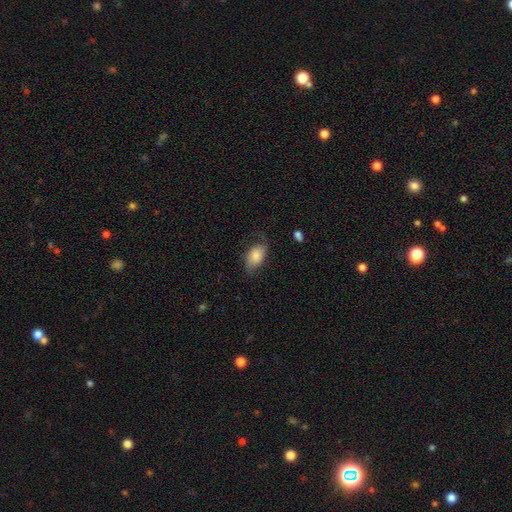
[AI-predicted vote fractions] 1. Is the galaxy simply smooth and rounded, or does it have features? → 75% smooth, 18% featured or disk, 7% star or artifact.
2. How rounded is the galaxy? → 90% in between, 8% round, 2% cigar-shaped.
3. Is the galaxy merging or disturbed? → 58% none, 28% minor disturbance, 13% major disturbance, 2% merger.